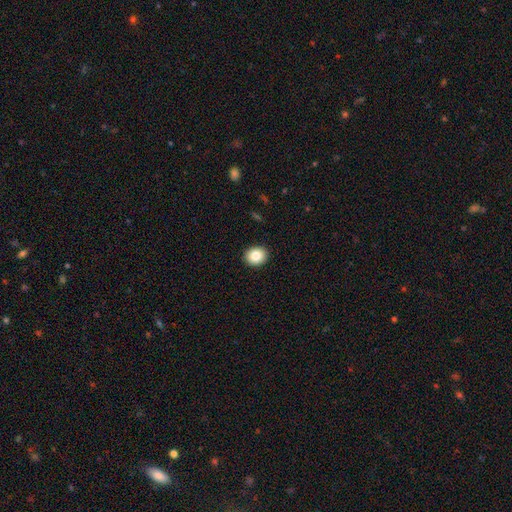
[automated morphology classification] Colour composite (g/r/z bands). It shows a smooth galaxy with no disk features (85%) that is round (66%). Merging: none (92%).